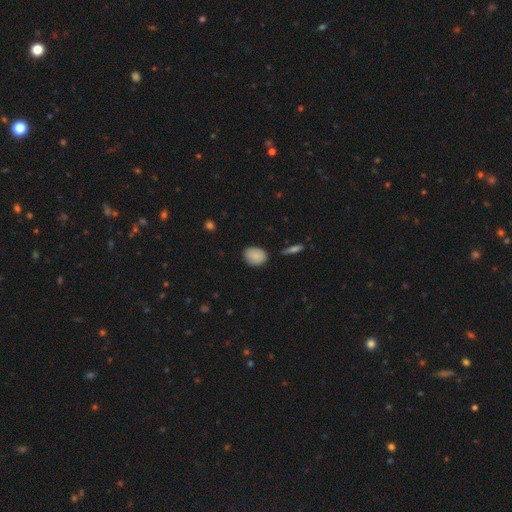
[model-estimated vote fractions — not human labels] A smooth galaxy with no disk features (85%) that is in between round and cigar-shaped (66%).

Vote fractions:
- Smooth or featured? smooth: 85% / featured or disk: 7% / star or artifact: 7%
- How rounded? in between: 66% / round: 32% / cigar-shaped: 2%
- Merging? none: 79% / minor disturbance: 16% / major disturbance: 3% / merger: 3%